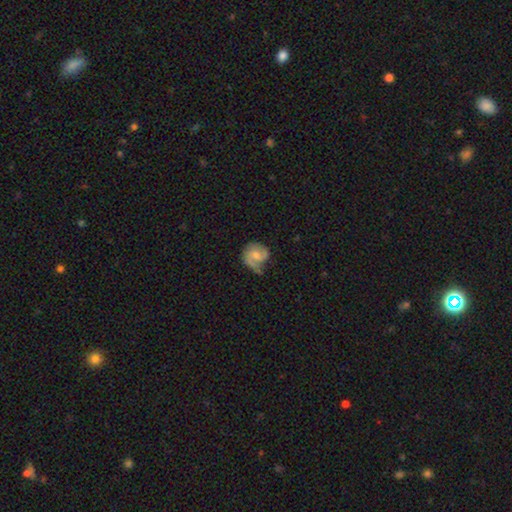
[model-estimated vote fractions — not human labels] The model was most divided on "spiral winding": medium: 44%, tight: 35%, loose: 21%. Remaining: edge-on disk — no (98%); spiral arms — yes (91%); spiral arm count — 2 (69%); smooth or featured — featured or disk (66%); bar — no (55%); bulge size — moderate (50%); merging — none (49%).